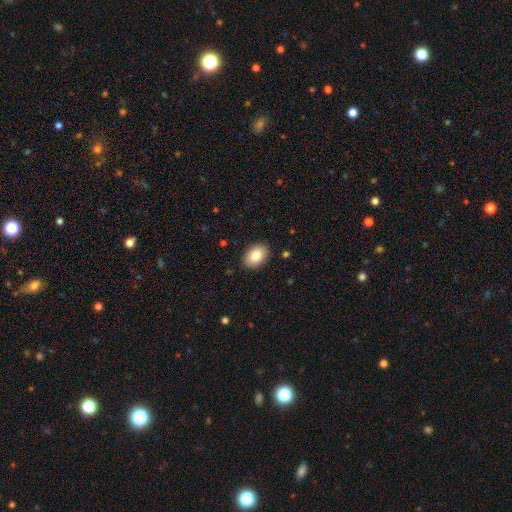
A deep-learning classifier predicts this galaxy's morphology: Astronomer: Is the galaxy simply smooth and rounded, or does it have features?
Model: smooth — 83%.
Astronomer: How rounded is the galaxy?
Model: in between — 83%.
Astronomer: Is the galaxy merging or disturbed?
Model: none — 89%.